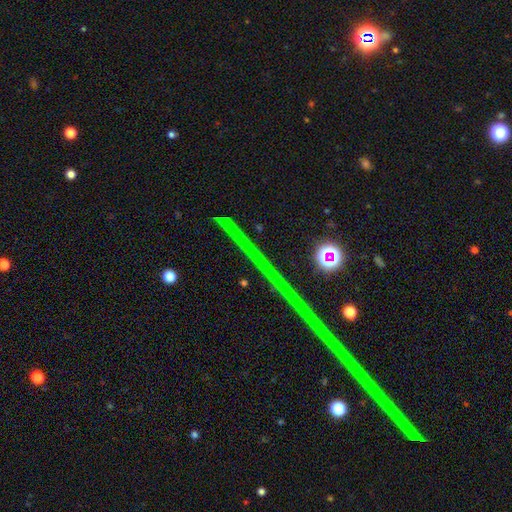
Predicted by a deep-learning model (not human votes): Smooth or featured? star or artifact (82%)